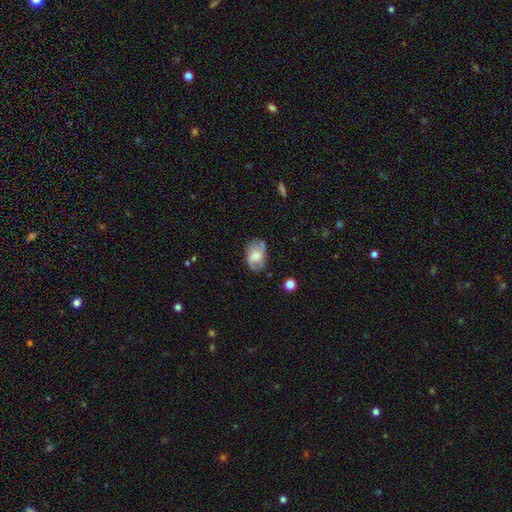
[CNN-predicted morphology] smooth_or_featured: featured or disk (p=0.56) [alt: smooth p=0.36]
disk_edge_on: no (p=0.96) [alt: yes p=0.04]
bar: no (p=0.61) [alt: weak p=0.32]
has_spiral_arms: yes (p=0.80) [alt: no p=0.20]
bulge_size: small (p=0.50) [alt: moderate p=0.41]
merging: none (p=0.64) [alt: minor disturbance p=0.24]